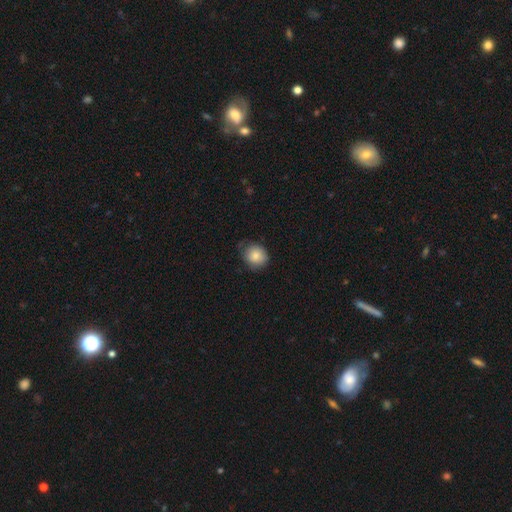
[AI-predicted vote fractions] Smooth or featured: smooth — 85% (star or artifact — 8%)
How rounded: round — 73% (in between — 26%)
Merging: none — 67% (minor disturbance — 26%)